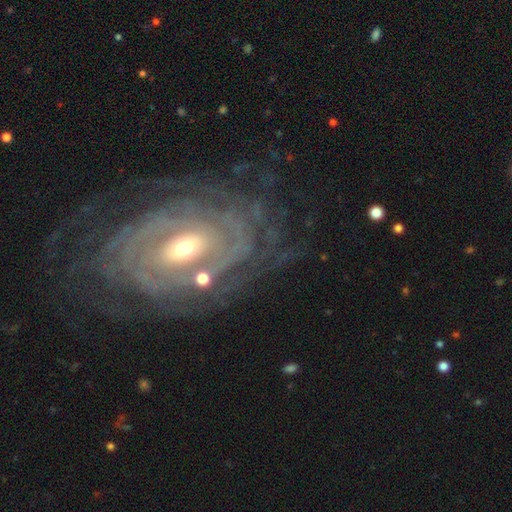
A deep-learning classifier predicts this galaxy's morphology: Smooth or featured?
  - featured or disk: 87% *
  - star or artifact: 7%
  - smooth: 6%
Edge-on disk?
  - no: 95% *
  - yes: 5%
Bar?
  - weak: 42% *
  - no: 29%
  - strong: 29%
Spiral arms?
  - yes: 95% *
  - no: 5%
Spiral winding?
  - tight: 81% *
  - medium: 15%
  - loose: 4%
Spiral arm count?
  - can't tell: 40% *
  - more than 4: 14%
  - 2: 14%
  - 4: 14%
  - 3: 12%
  - 1: 7%
Bulge size?
  - moderate: 55% *
  - small: 39%
  - large: 4%
  - none: 1%
  - dominant: 1%
Merging?
  - none: 75% *
  - minor disturbance: 15%
  - major disturbance: 8%
  - merger: 2%